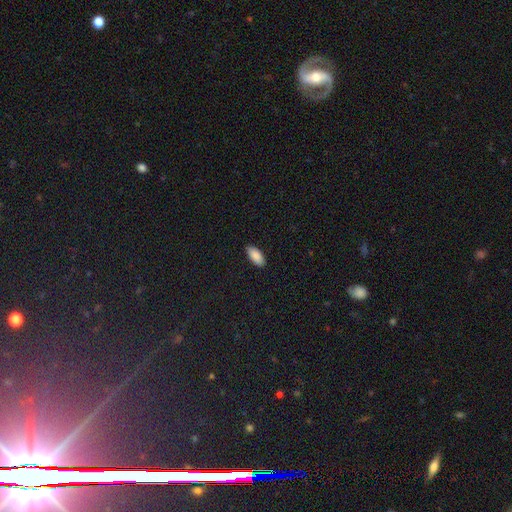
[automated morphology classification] The model was most divided on "how rounded": in between: 89%, cigar-shaped: 9%, round: 2%. More confident: smooth or featured — smooth (89%); merging — none (89%).